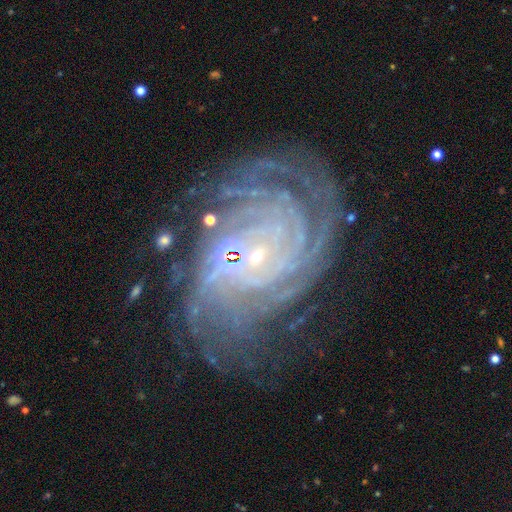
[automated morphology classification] Smooth or featured: featured or disk — 88% (star or artifact — 7%)
Edge-on disk: no — 97% (yes — 3%)
Bar: no — 57% (weak — 29%)
Spiral arms: yes — 98% (no — 2%)
Spiral winding: tight — 82% (medium — 15%)
Spiral arm count: more than 4 — 30% (can't tell — 20%)
Bulge size: small — 84% (moderate — 10%)
Merging: none — 68% (minor disturbance — 18%)